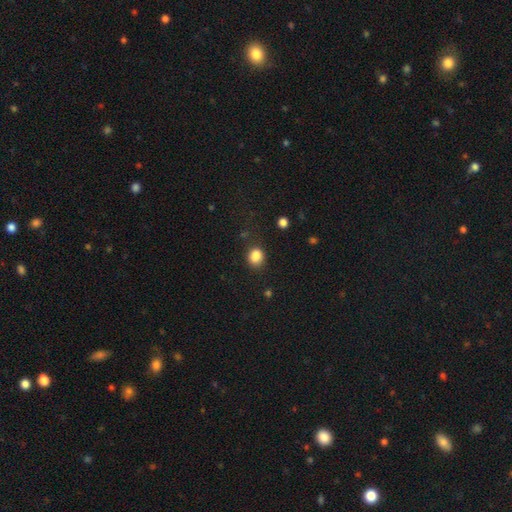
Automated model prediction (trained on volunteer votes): Overall: smooth (86%). How rounded: round (67%; in between 32%). Merging: none (78%).